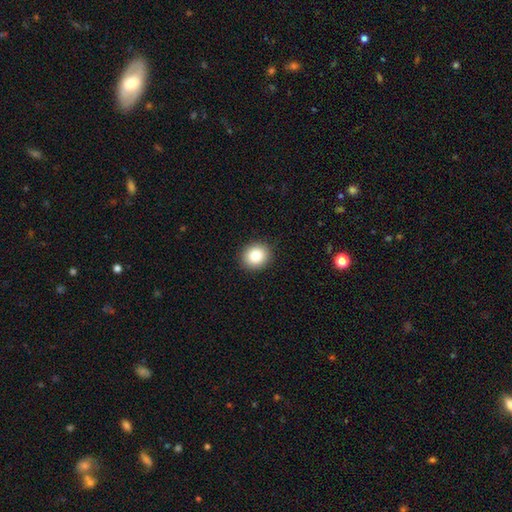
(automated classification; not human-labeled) Overall: smooth (84%). How rounded: round (76%). Merging: none (91%).